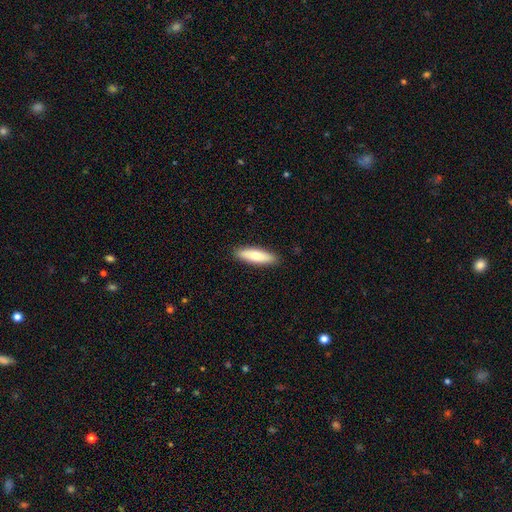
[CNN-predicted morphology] The model was most divided on "how rounded": cigar-shaped: 55%, in between: 43%, round: 2%. More confident: merging — none (90%); smooth or featured — smooth (72%).